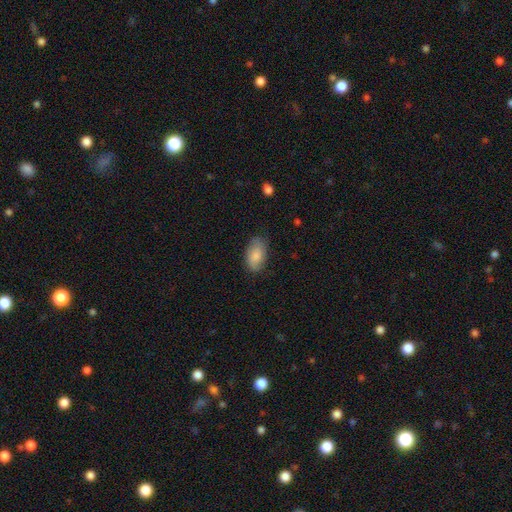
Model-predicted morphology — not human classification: Smooth or featured? smooth (82%)
How rounded? in between (94%)
Merging? none (76%)